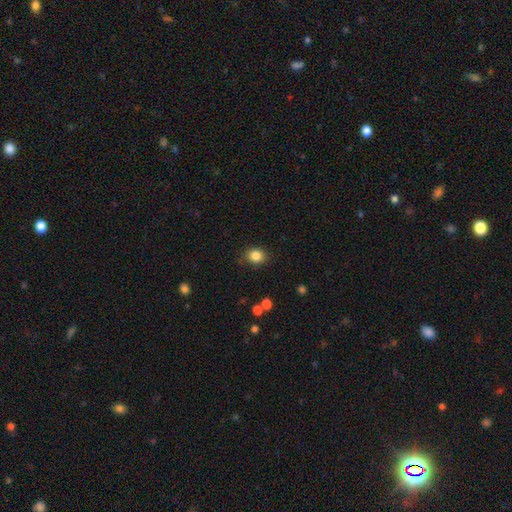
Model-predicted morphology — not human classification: A smooth galaxy with no disk features (85%) that is round (62%). Merging: none (83%).